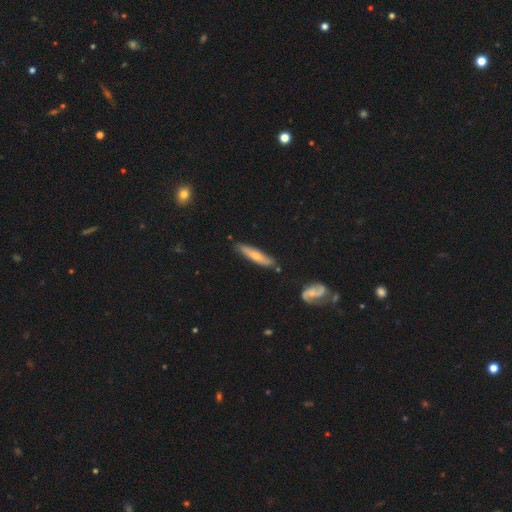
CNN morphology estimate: smooth-or-featured: smooth: 57% | featured or disk: 37% | star or artifact: 6%
  how-rounded: cigar-shaped: 87% | in between: 11% | round: 2%
  merging: none: 81% | minor disturbance: 14% | merger: 3% | major disturbance: 2%